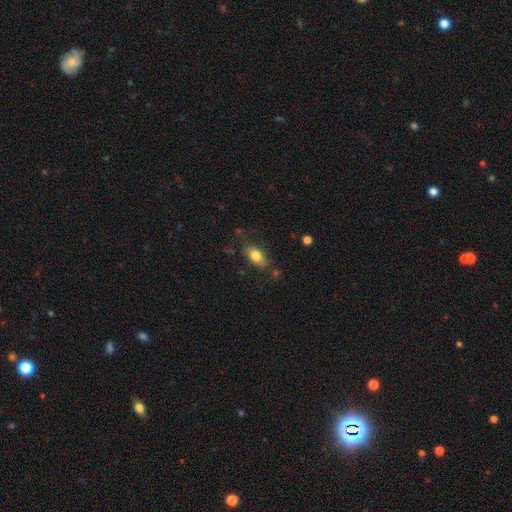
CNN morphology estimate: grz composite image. It shows a smooth galaxy with no disk features (79%) that is in between round and cigar-shaped (87%). Merging: none (74%).